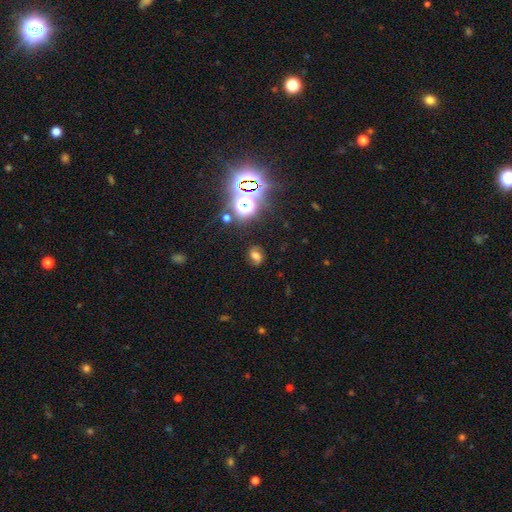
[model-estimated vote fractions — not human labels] A smooth galaxy with no disk features (48%).

Vote fractions:
- Smooth or featured? smooth: 48% / star or artifact: 29% / featured or disk: 23%
- Merging? none: 75% / minor disturbance: 16% / major disturbance: 6% / merger: 3%